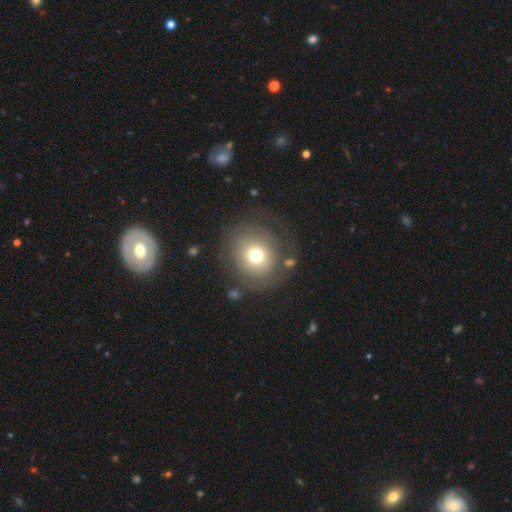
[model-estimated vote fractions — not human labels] Q: Smooth or featured?
A: smooth (63%); runner-up: featured or disk (26%)
Q: How rounded?
A: round (88%); runner-up: in between (11%)
Q: Merging?
A: none (67%); runner-up: minor disturbance (15%)